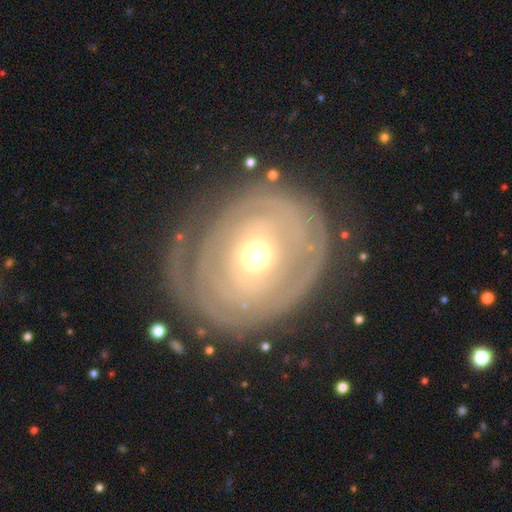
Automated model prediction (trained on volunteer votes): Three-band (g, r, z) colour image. It shows a featured or disk galaxy (74%) with no bar (81%), spiral arms (66%) and a moderate central bulge (68%). Merging: none (71%).